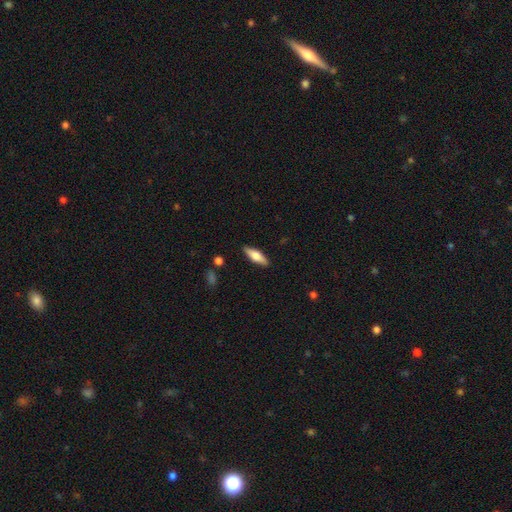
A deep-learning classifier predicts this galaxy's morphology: The model was most divided on "how rounded": in between: 51%, cigar-shaped: 47%, round: 2%. More confident: merging — none (87%); smooth or featured — smooth (61%).